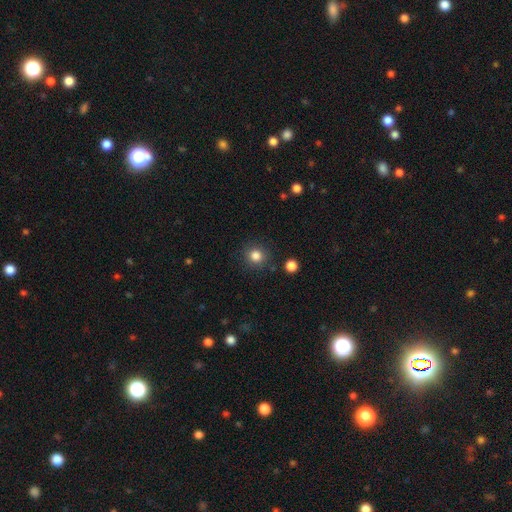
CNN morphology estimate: type=smooth (83%); roundness=round (90%); merging=none (88%).